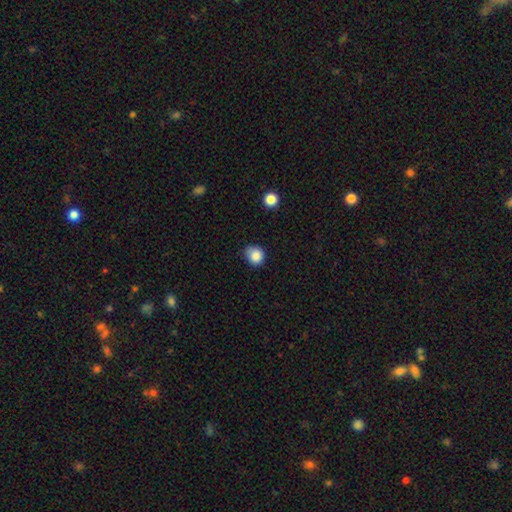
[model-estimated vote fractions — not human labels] smooth-or-featured: smooth: 85% | star or artifact: 10% | featured or disk: 4%
  how-rounded: round: 79% | in between: 20% | cigar-shaped: 1%
  merging: none: 57% | minor disturbance: 33% | major disturbance: 7% | merger: 3%